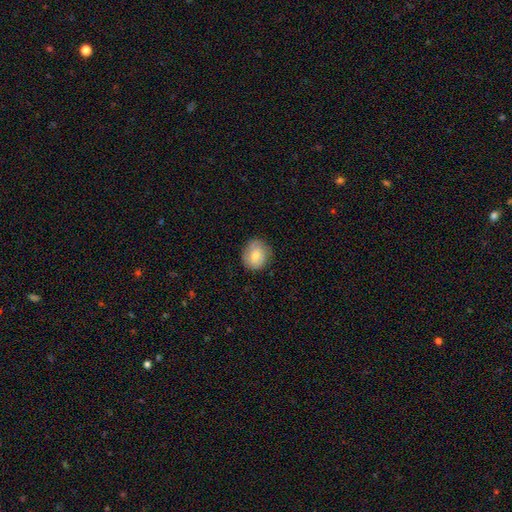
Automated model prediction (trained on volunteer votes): Smooth or featured? Predicted: smooth (p=0.70). How rounded? Predicted: round (p=0.77). Merging? Predicted: none (p=0.80).